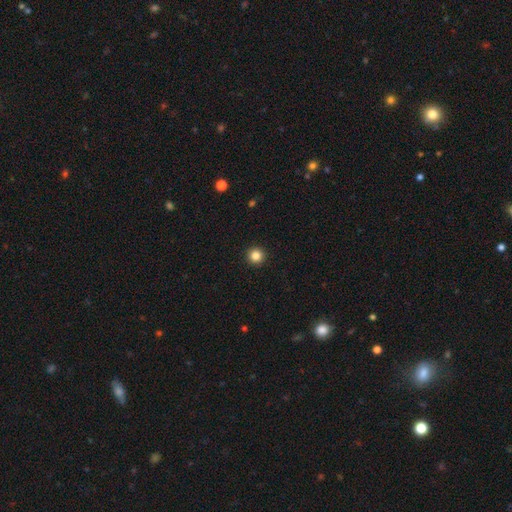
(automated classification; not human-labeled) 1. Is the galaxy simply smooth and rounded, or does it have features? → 84% smooth, 12% star or artifact, 4% featured or disk.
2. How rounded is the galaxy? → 96% round, 3% in between, 1% cigar-shaped.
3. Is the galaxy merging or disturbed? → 94% none, 4% minor disturbance, 1% major disturbance, 1% merger.